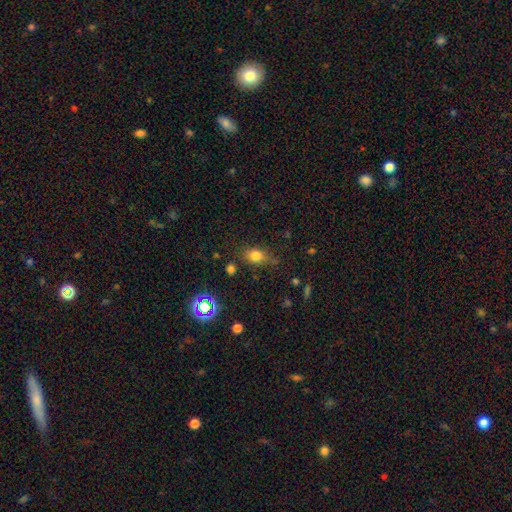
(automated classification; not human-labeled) Q: Smooth or featured?
A: smooth (76%); runner-up: star or artifact (15%)
Q: How rounded?
A: in between (63%); runner-up: round (34%)
Q: Merging?
A: none (68%); runner-up: minor disturbance (21%)